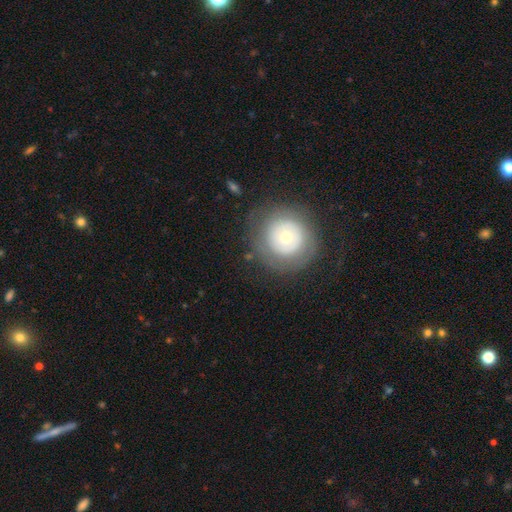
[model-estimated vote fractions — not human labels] Q: Smooth or featured?
A: featured or disk (47%); runner-up: smooth (40%)
Q: Merging?
A: none (81%); runner-up: minor disturbance (11%)